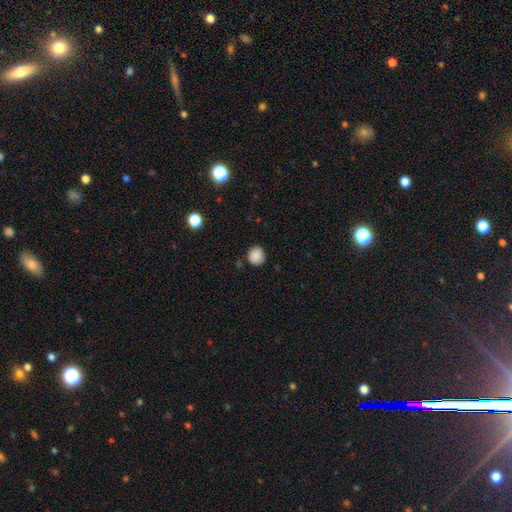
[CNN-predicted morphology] Q: Smooth or featured?
A: smooth (88%); runner-up: star or artifact (9%)
Q: How rounded?
A: round (85%); runner-up: in between (14%)
Q: Merging?
A: none (83%); runner-up: minor disturbance (12%)